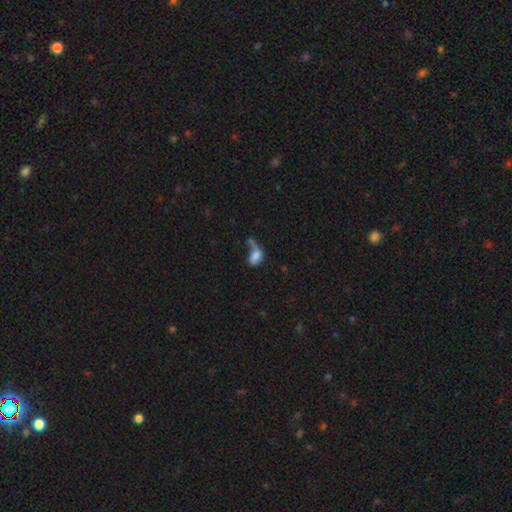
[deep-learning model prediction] This appears to be a smooth galaxy with no disk features (68%) that is in between round and cigar-shaped (83%). Merging: major disturbance (39%).